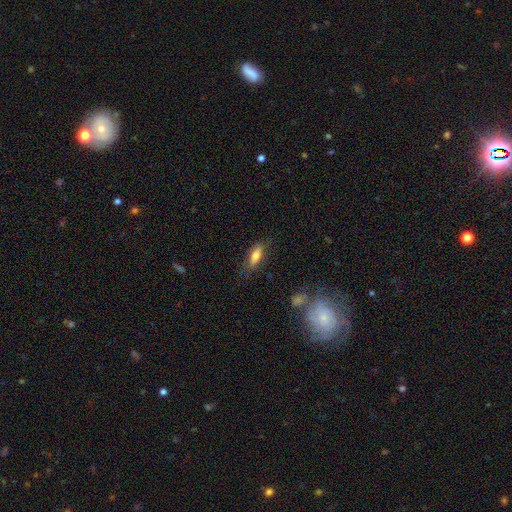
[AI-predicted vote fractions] smooth-or-featured: smooth: 71% | featured or disk: 22% | star or artifact: 7%
  how-rounded: in between: 60% | cigar-shaped: 38% | round: 3%
  merging: none: 74% | minor disturbance: 18% | major disturbance: 6% | merger: 2%